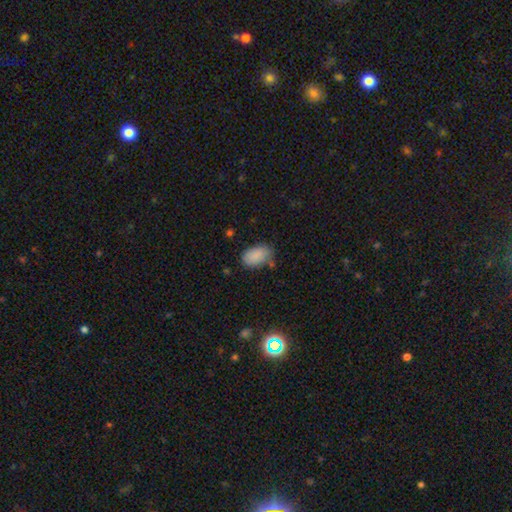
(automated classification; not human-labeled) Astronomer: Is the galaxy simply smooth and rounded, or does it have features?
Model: smooth — 88%.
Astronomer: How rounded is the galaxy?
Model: in between — 92%.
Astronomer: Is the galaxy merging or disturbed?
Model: none — 74%.